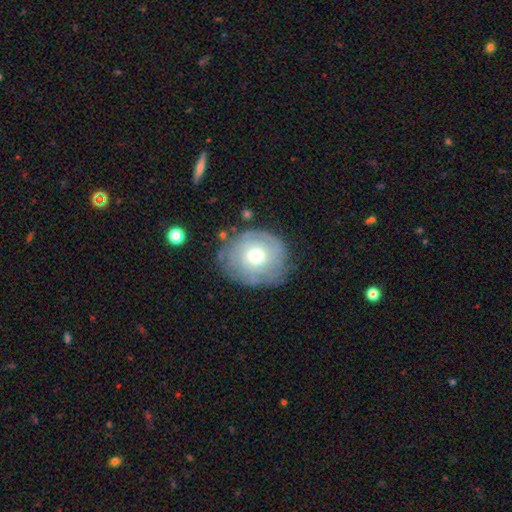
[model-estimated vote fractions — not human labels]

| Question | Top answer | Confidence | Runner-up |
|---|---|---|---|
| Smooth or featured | featured or disk | 63% | smooth (30%) |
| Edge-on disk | no | 96% | yes (4%) |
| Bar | no | 82% | weak (15%) |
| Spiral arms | yes | 75% | no (25%) |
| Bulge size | moderate | 71% | small (17%) |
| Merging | none | 76% | minor disturbance (17%) |